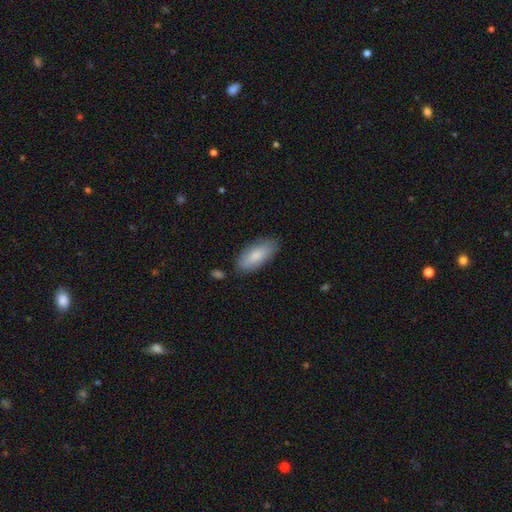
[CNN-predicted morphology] The model was most divided on "how rounded": in between: 81%, cigar-shaped: 17%, round: 2%. More confident: smooth or featured — smooth (82%); merging — none (81%).